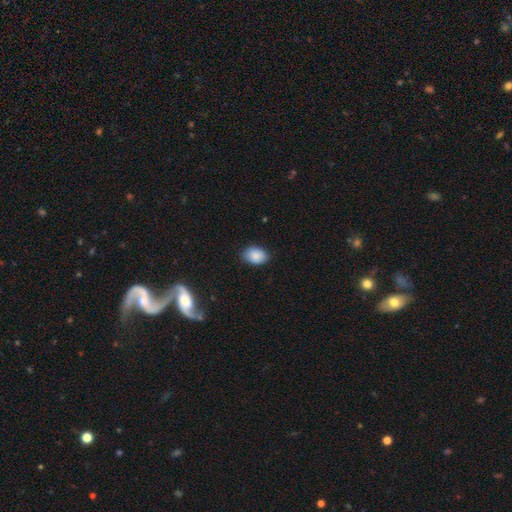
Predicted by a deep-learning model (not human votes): A smooth galaxy with no disk features (86%) that is in between round and cigar-shaped (78%). Merging: none (81%).